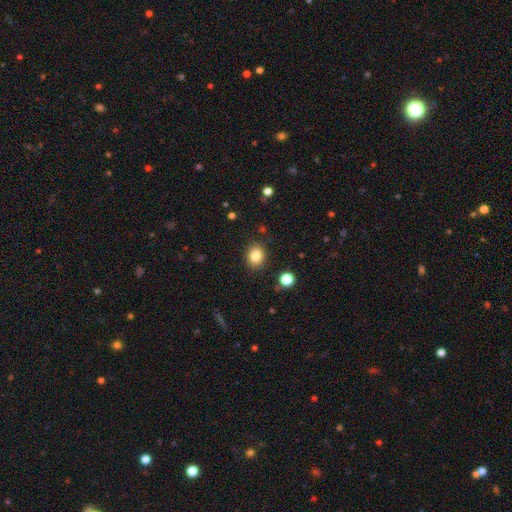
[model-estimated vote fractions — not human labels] Morphology: type=smooth (83%); roundness=round (59%); merging=none (88%).